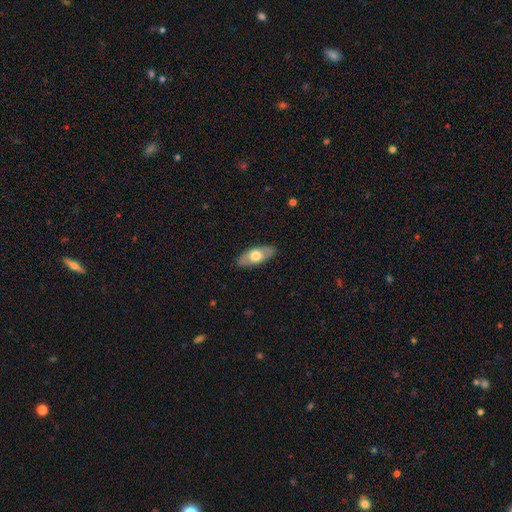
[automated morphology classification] Smooth or featured?
  - smooth: 59% *
  - featured or disk: 36%
  - star or artifact: 5%
How rounded?
  - in between: 86% *
  - cigar-shaped: 10%
  - round: 4%
Merging?
  - none: 85% *
  - minor disturbance: 11%
  - major disturbance: 3%
  - merger: 1%